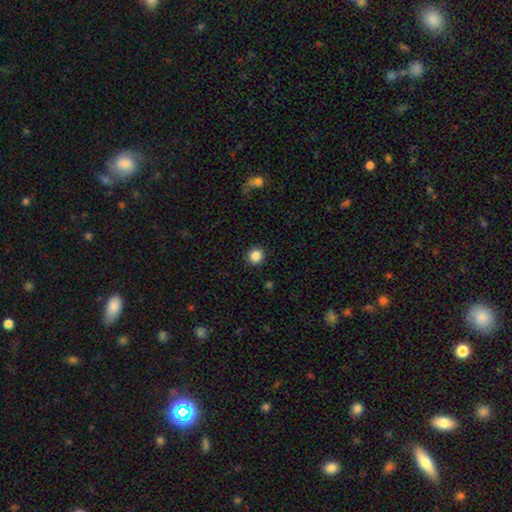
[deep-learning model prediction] Overall: smooth (87%). How rounded: round (94%). Merging: none (92%).